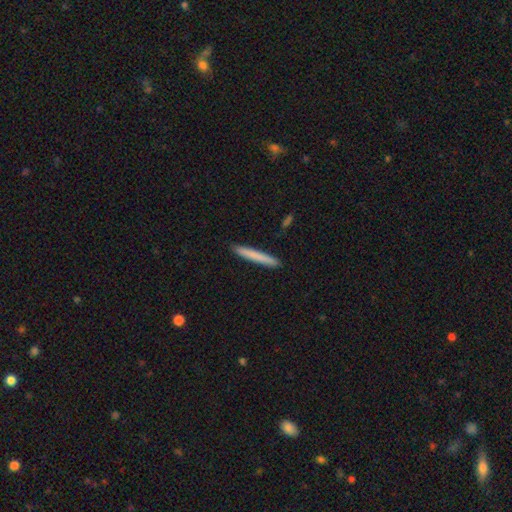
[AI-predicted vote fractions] smooth-or-featured: smooth: 76% | featured or disk: 19% | star or artifact: 6%
  how-rounded: cigar-shaped: 97% | in between: 2% | round: 1%
  merging: none: 92% | minor disturbance: 6% | major disturbance: 1% | merger: 1%